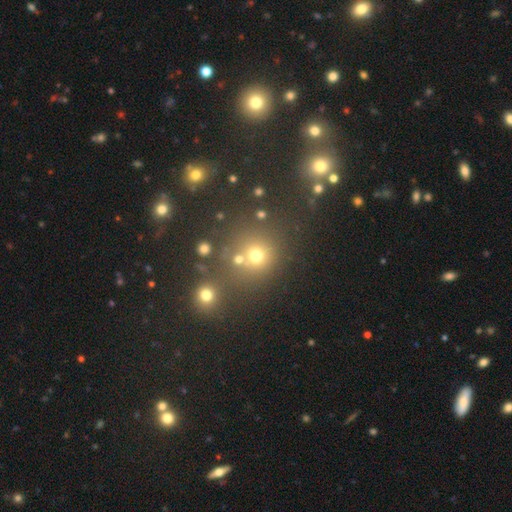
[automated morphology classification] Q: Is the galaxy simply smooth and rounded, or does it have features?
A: smooth — 69%.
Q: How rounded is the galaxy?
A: round — 87%.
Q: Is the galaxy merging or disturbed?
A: none — 65%.